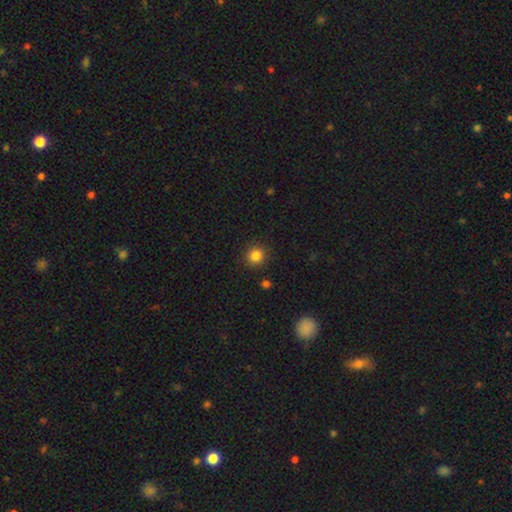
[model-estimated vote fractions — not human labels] smooth_or_featured: smooth (p=0.85) [alt: star or artifact p=0.11]
how_rounded: round (p=0.89) [alt: in between p=0.11]
merging: none (p=0.89) [alt: minor disturbance p=0.07]